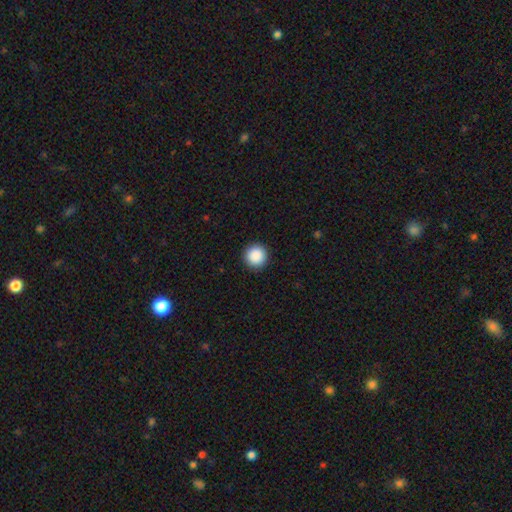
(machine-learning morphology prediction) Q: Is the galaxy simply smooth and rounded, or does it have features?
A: smooth — 89%.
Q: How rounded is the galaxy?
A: round — 96%.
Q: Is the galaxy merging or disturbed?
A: none — 93%.